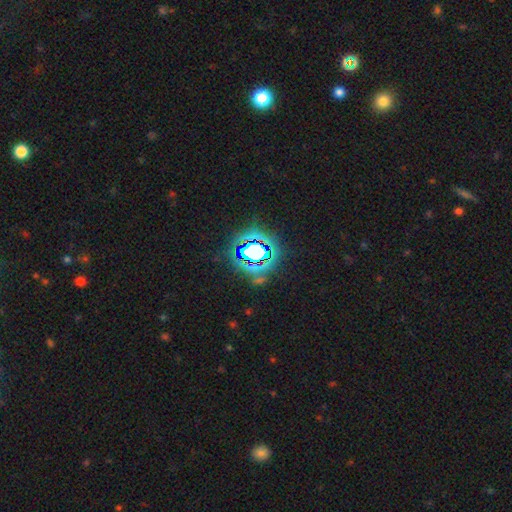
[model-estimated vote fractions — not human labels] A star or artifact, not a galaxy (70%).

Vote fractions:
- Smooth or featured? star or artifact: 70% / smooth: 18% / featured or disk: 12%